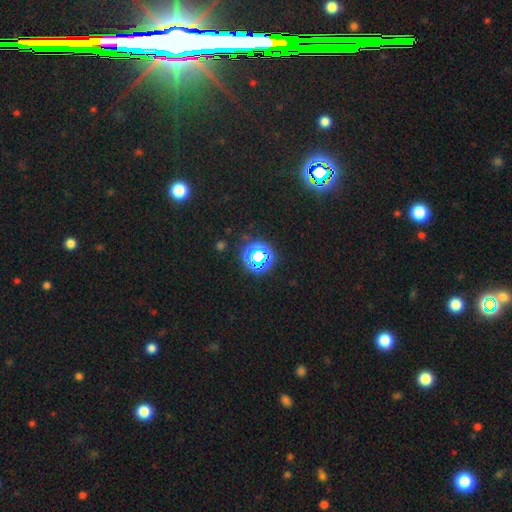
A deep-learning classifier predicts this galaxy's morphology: star or artifact 61%, smooth 32%, featured or disk 7%.